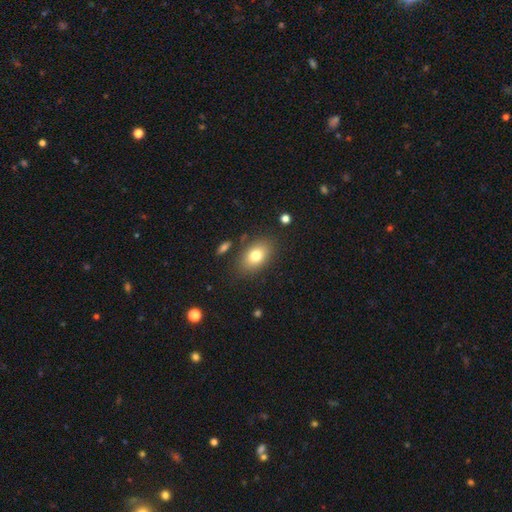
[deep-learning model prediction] smooth_or_featured: smooth (p=0.78) [alt: featured or disk p=0.13]
how_rounded: in between (p=0.85) [alt: round p=0.13]
merging: none (p=0.81) [alt: minor disturbance p=0.12]